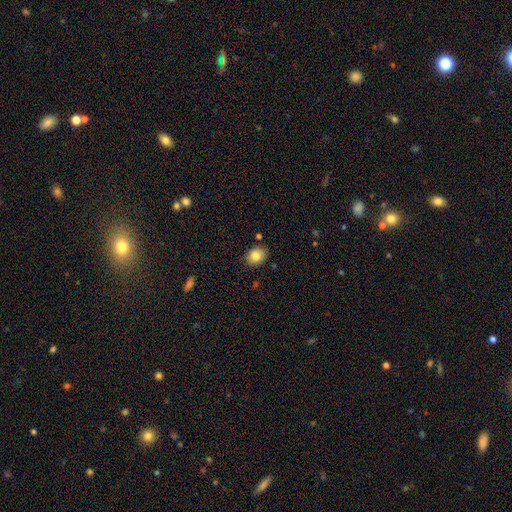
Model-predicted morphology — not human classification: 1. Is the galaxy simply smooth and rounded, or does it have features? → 83% smooth, 9% star or artifact, 8% featured or disk.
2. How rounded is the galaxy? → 55% in between, 44% round, 1% cigar-shaped.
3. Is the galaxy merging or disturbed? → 84% none, 11% minor disturbance, 3% merger, 2% major disturbance.